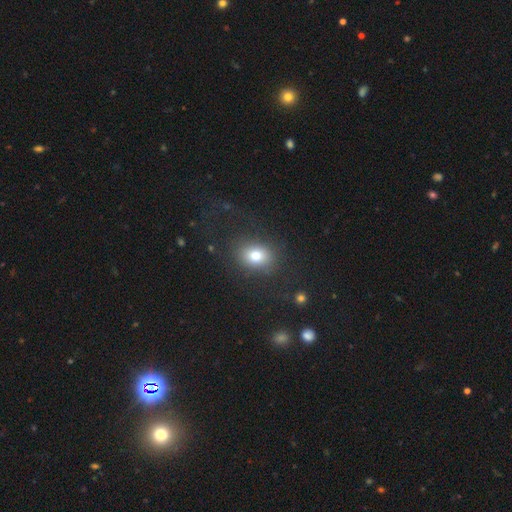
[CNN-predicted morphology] A smooth galaxy with no disk features (78%) that is in between round and cigar-shaped (55%).

Vote fractions:
- Smooth or featured? smooth: 78% / star or artifact: 12% / featured or disk: 10%
- How rounded? in between: 55% / round: 44% / cigar-shaped: 1%
- Merging? none: 79% / minor disturbance: 11% / major disturbance: 8% / merger: 2%